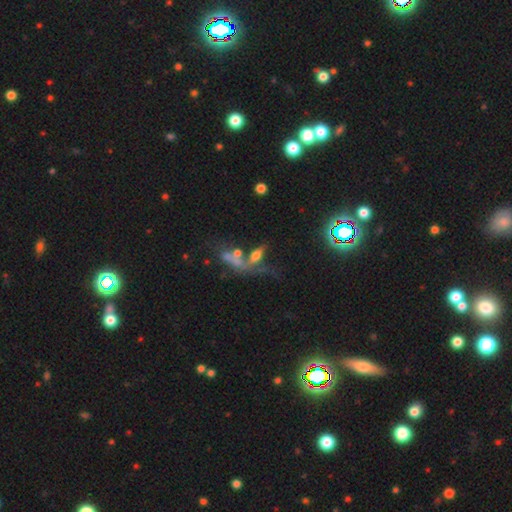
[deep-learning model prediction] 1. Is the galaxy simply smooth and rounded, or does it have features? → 47% smooth, 37% featured or disk, 16% star or artifact.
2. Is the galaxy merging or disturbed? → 36% none, 35% merger, 16% major disturbance, 13% minor disturbance.